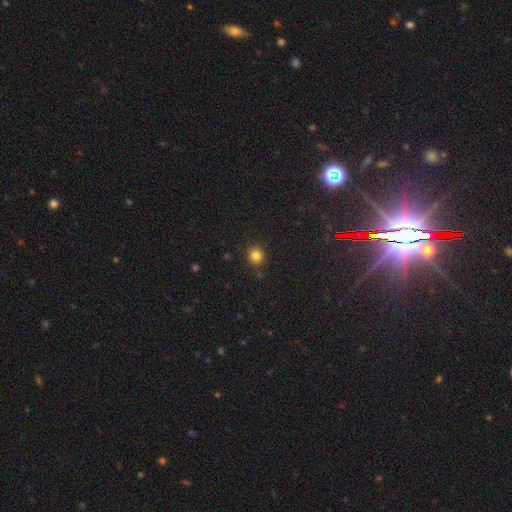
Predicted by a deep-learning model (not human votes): smooth_or_featured: smooth (p=0.83) [alt: star or artifact p=0.13]
how_rounded: round (p=0.91) [alt: in between p=0.08]
merging: none (p=0.89) [alt: minor disturbance p=0.07]